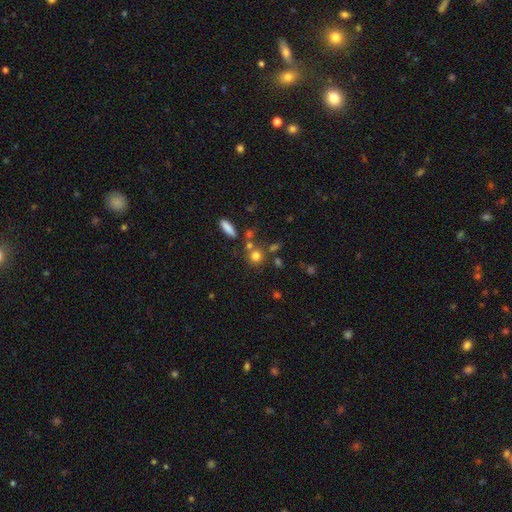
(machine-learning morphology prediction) This appears to be a smooth galaxy with no disk features (75%) that is round (83%). Merging: none (62%).